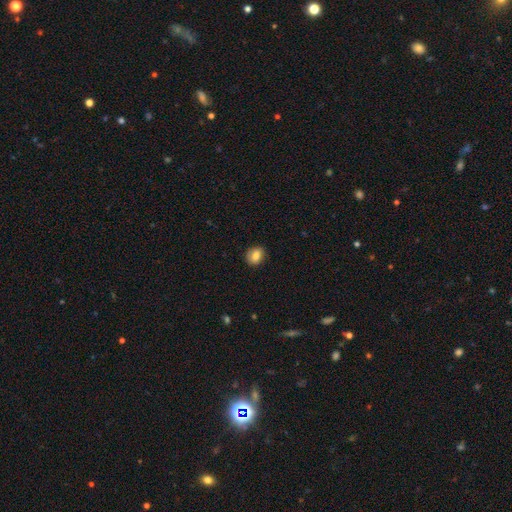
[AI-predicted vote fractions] This is likely a smooth galaxy (79%). How rounded: possibly round (59%). Merging: clearly none (81%).